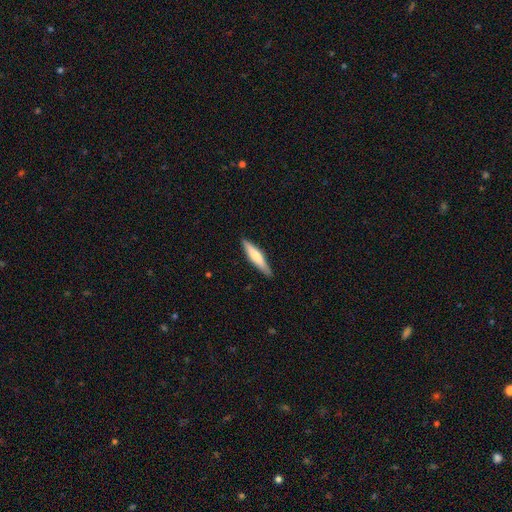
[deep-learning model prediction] A smooth galaxy with no disk features (60%) that is cigar-shaped (86%). Merging: none (88%).